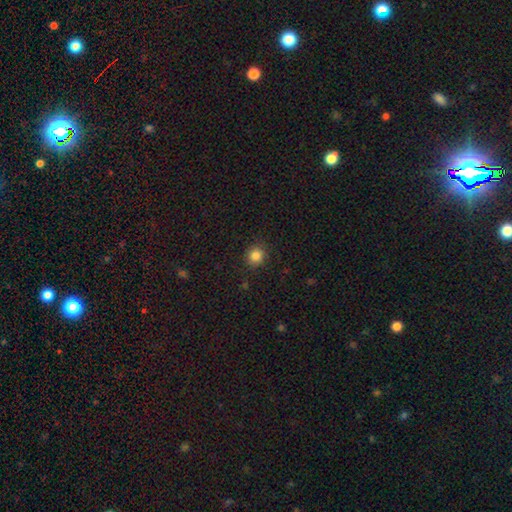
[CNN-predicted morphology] A smooth galaxy with no disk features (84%) that is round (87%).

Vote fractions:
- Smooth or featured? smooth: 84% / star or artifact: 11% / featured or disk: 5%
- How rounded? round: 87% / in between: 12% / cigar-shaped: 1%
- Merging? none: 89% / minor disturbance: 7% / major disturbance: 2% / merger: 1%